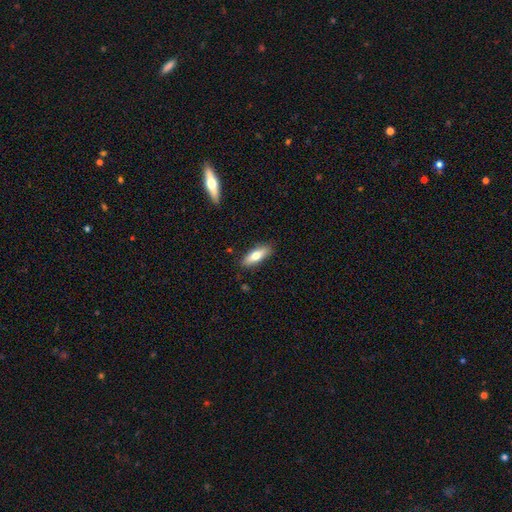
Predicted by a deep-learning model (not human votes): A smooth galaxy with no disk features (68%) that is in between round and cigar-shaped (59%).

Vote fractions:
- Smooth or featured? smooth: 68% / featured or disk: 26% / star or artifact: 6%
- How rounded? in between: 59% / cigar-shaped: 39% / round: 2%
- Merging? none: 87% / minor disturbance: 10% / major disturbance: 2% / merger: 1%